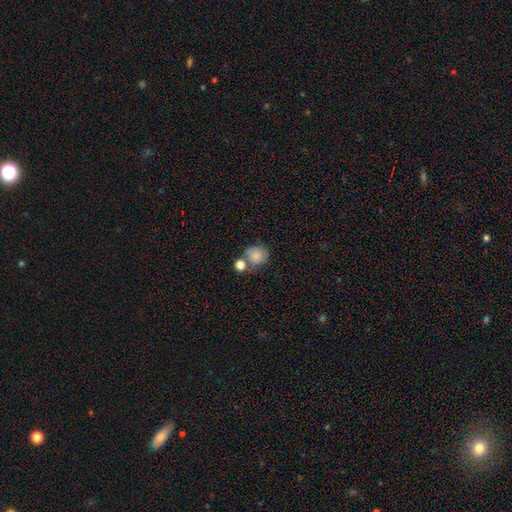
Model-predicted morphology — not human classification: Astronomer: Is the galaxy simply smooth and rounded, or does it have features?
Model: smooth — 83%.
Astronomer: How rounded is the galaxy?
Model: round — 83%.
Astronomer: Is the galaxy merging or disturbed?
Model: none — 54%.